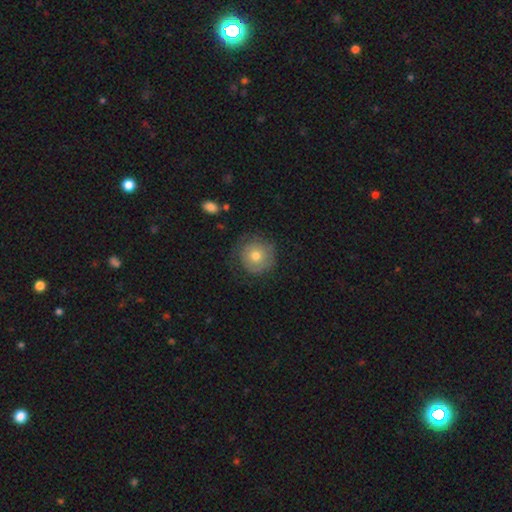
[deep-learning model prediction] Smooth or featured? Predicted: smooth (p=0.63). How rounded? Predicted: round (p=0.92). Merging? Predicted: none (p=0.70).